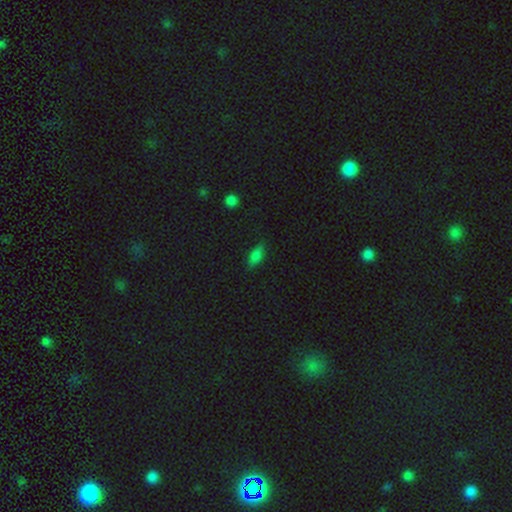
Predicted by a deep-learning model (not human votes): This appears to be a smooth galaxy with no disk features (76%) that is in between round and cigar-shaped (81%). Merging: none (79%).